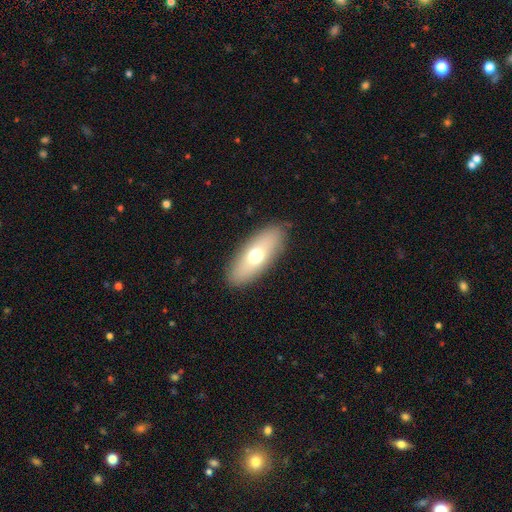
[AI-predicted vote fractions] Smooth or featured? Predicted: smooth (p=0.65). How rounded? Predicted: in between (p=0.75). Merging? Predicted: none (p=0.86).